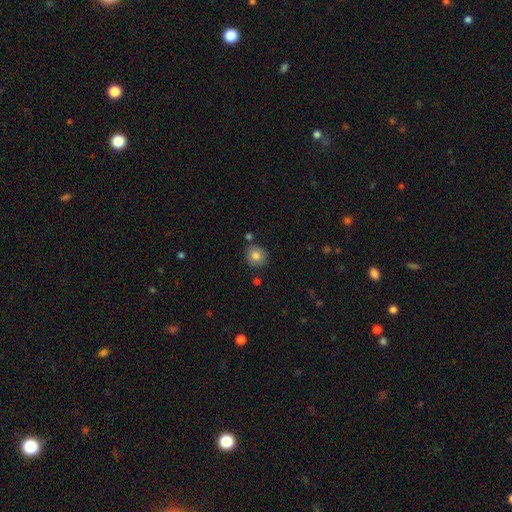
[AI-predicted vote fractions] smooth 80%, featured or disk 11%, star or artifact 10%. Down the decision tree: how rounded — round (87%); merging — none (81%).